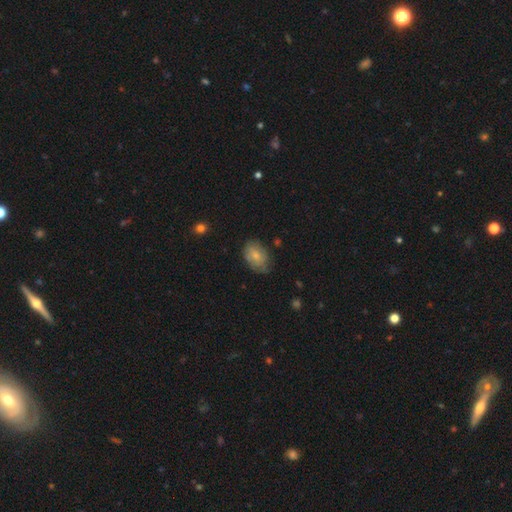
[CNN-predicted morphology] Q: Smooth or featured?
A: smooth (66%); runner-up: featured or disk (27%)
Q: How rounded?
A: in between (86%); runner-up: round (13%)
Q: Merging?
A: none (63%); runner-up: minor disturbance (28%)